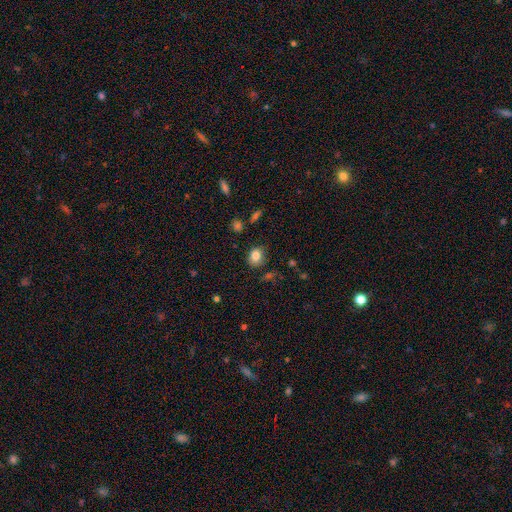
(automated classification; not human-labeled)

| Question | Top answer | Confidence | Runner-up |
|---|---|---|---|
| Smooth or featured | smooth | 83% | star or artifact (10%) |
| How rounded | in between | 50% | round (49%) |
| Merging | none | 80% | minor disturbance (14%) |